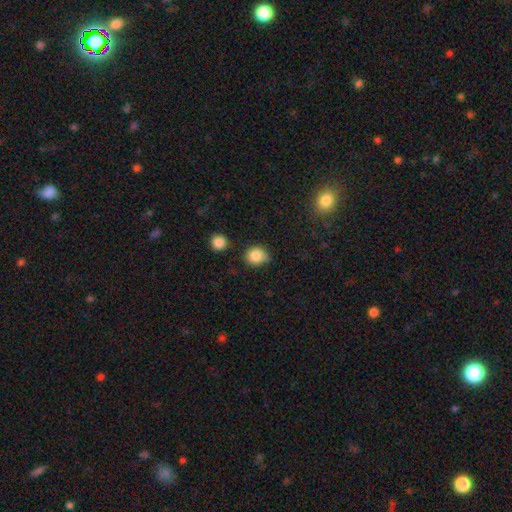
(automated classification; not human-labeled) smooth_or_featured: smooth (p=0.85) [alt: star or artifact p=0.10]
how_rounded: round (p=0.75) [alt: in between p=0.24]
merging: none (p=0.66) [alt: minor disturbance p=0.24]